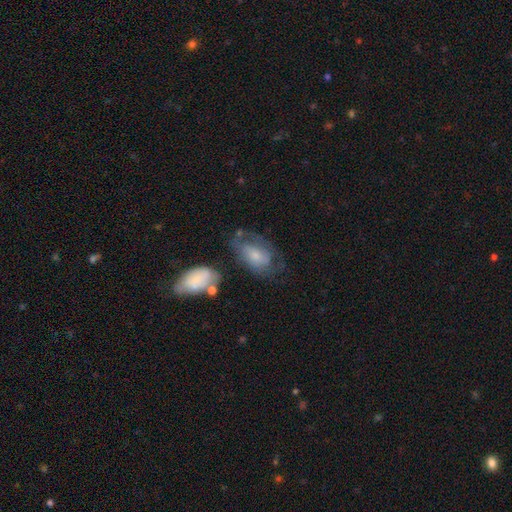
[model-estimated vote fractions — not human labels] Smooth or featured? Predicted: smooth (p=0.51). How rounded? Predicted: in between (p=0.87). Merging? Predicted: none (p=0.39).